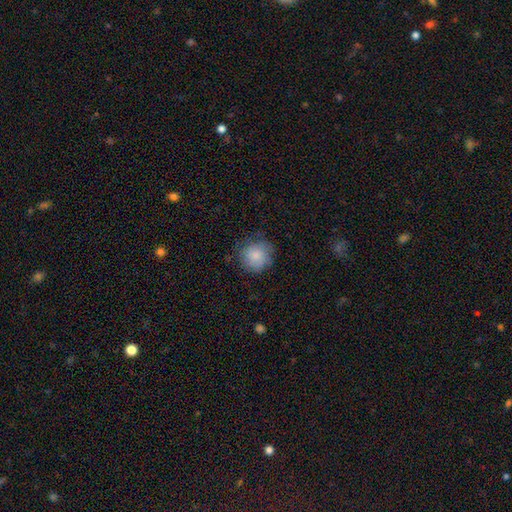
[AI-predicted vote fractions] smooth-or-featured: smooth: 83% | featured or disk: 9% | star or artifact: 8%
  how-rounded: round: 90% | in between: 9% | cigar-shaped: 1%
  merging: none: 76% | minor disturbance: 18% | major disturbance: 5% | merger: 1%